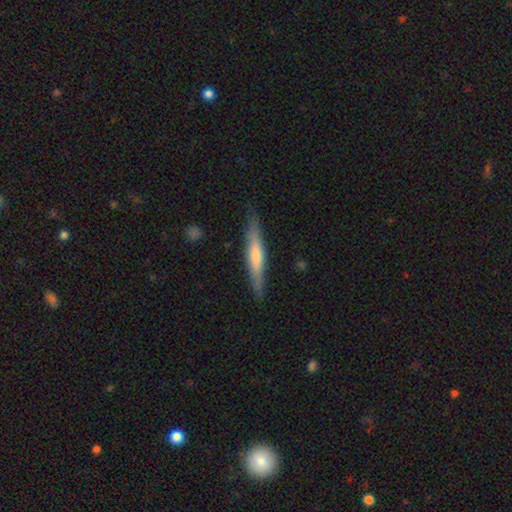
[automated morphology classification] Q: Smooth or featured?
A: featured or disk (57%); runner-up: smooth (37%)
Q: Edge-on disk?
A: yes (95%); runner-up: no (5%)
Q: Edge-on bulge?
A: rounded (64%); runner-up: none (26%)
Q: Merging?
A: none (89%); runner-up: minor disturbance (8%)